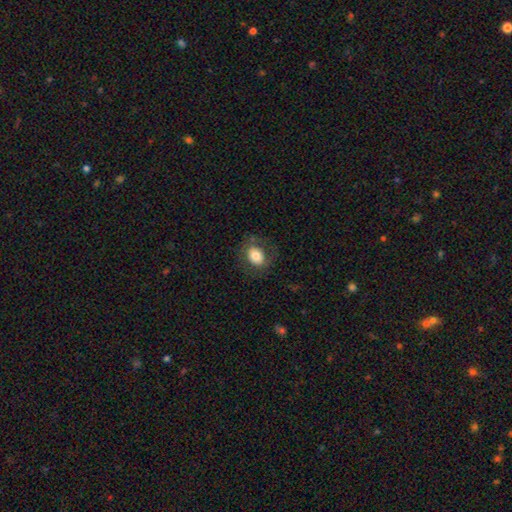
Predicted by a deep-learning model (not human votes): This is likely a smooth galaxy (77%). How rounded: likely in between (60%). Merging: likely none (78%).